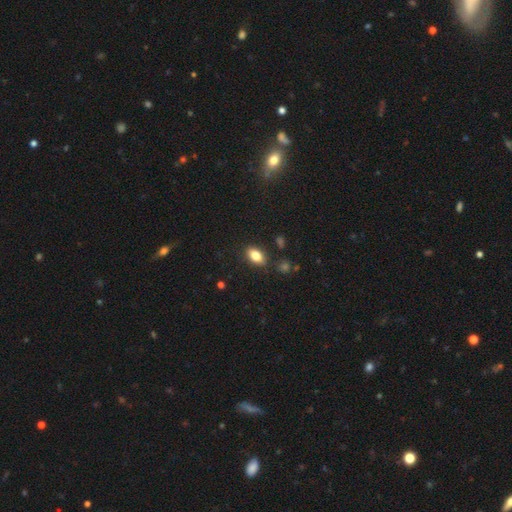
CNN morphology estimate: smooth 81%, featured or disk 11%, star or artifact 9%. Down the decision tree: how rounded — in between (88%); merging — none (85%).